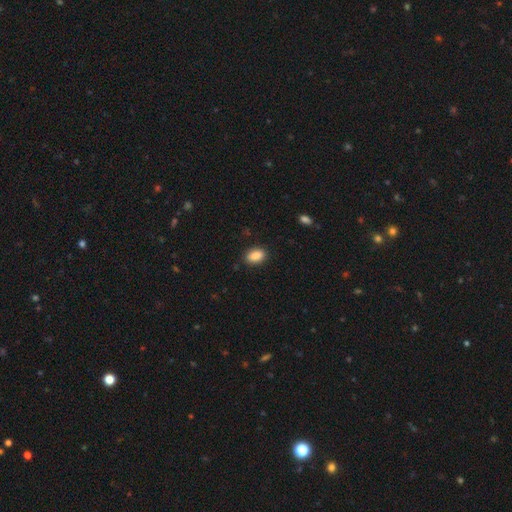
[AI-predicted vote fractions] smooth-or-featured: smooth: 88% | star or artifact: 8% | featured or disk: 4%
  how-rounded: in between: 88% | round: 9% | cigar-shaped: 2%
  merging: none: 86% | minor disturbance: 10% | major disturbance: 2% | merger: 1%